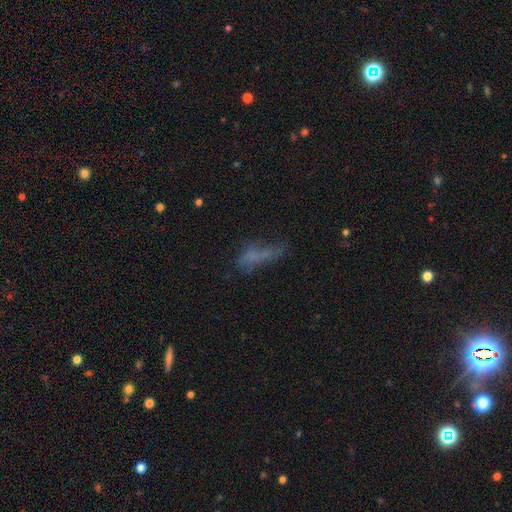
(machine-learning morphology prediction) This is possibly a smooth galaxy (51%). How rounded: possibly in between (55%). Merging: marginally none (37%).